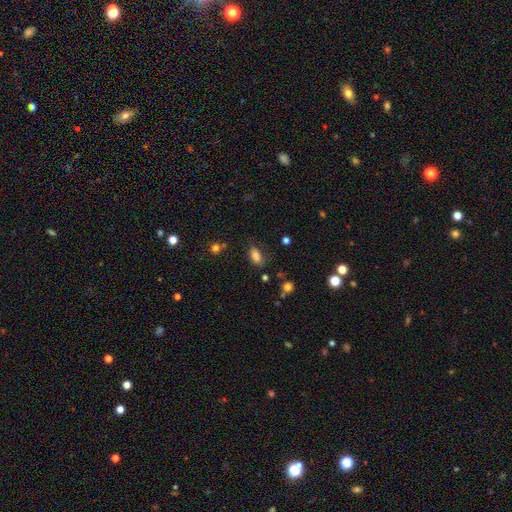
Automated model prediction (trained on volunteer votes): A smooth galaxy with no disk features (82%) that is in between round and cigar-shaped (86%). Merging: none (71%).